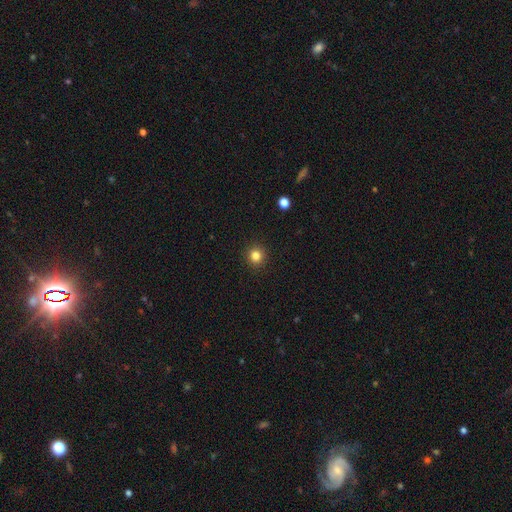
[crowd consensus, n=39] Smooth or featured? 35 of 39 (90%) said smooth. How rounded? 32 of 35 (91%) said round. Merging? 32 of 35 (91%) said none.